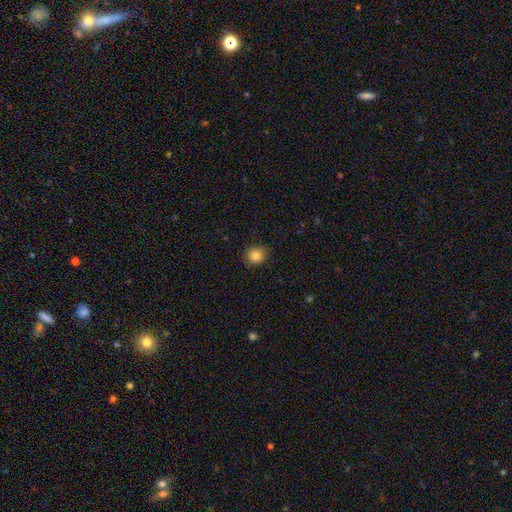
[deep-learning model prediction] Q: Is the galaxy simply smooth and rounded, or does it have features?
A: smooth — 84%.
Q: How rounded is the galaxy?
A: round — 81%.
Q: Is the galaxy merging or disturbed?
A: none — 87%.